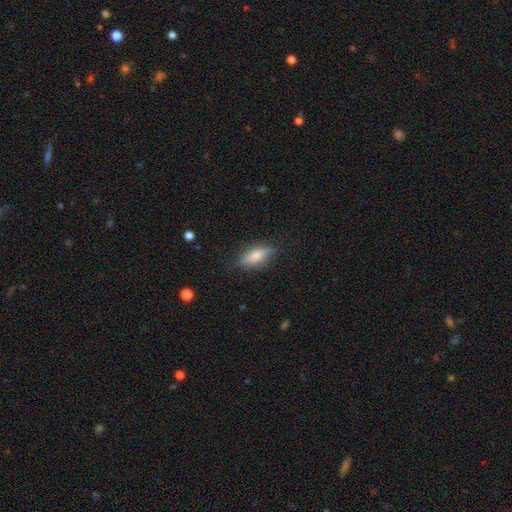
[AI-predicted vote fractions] Smooth or featured? Predicted: smooth (p=0.66). How rounded? Predicted: in between (p=0.69). Merging? Predicted: none (p=0.79).